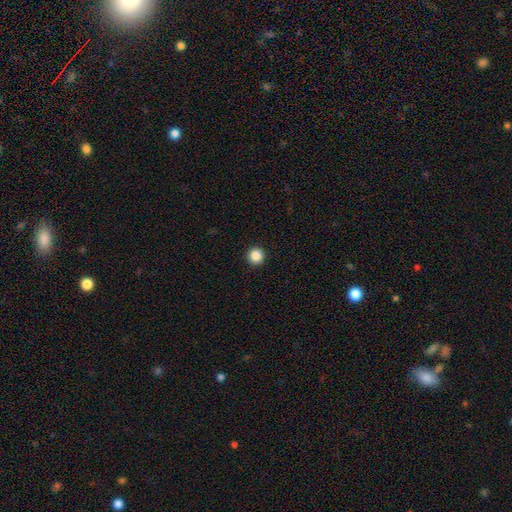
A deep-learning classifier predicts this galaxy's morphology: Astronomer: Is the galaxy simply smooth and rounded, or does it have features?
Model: smooth — 87%.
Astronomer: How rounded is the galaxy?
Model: round — 96%.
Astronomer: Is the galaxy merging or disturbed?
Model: none — 94%.